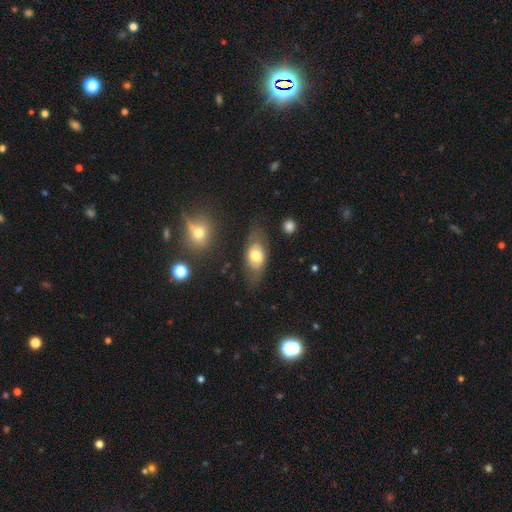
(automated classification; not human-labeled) A smooth galaxy with no disk features (58%) that is in between round and cigar-shaped (83%). Merging: none (70%).